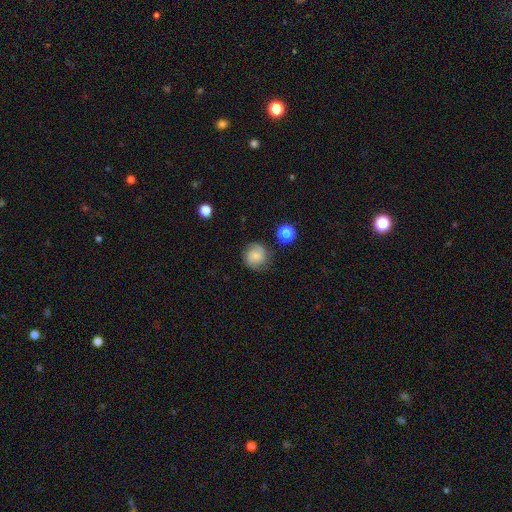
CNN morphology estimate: Overall: smooth (53%; featured or disk 36%). How rounded: round (87%). Merging: none (76%).